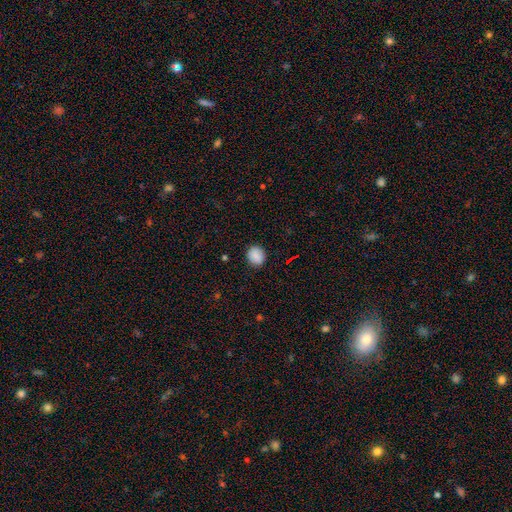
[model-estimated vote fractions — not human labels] This appears to be a smooth galaxy with no disk features (88%) that is round (73%). Merging: none (88%).